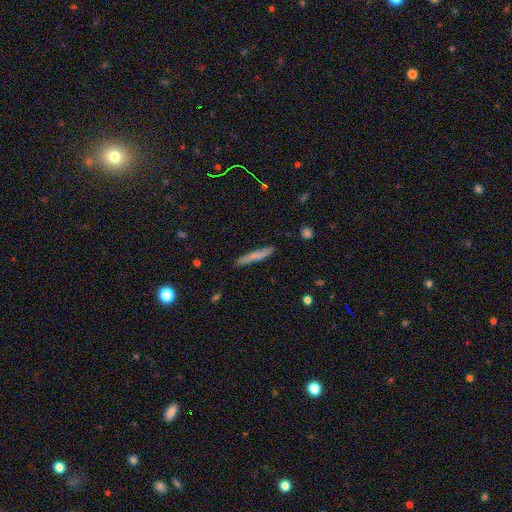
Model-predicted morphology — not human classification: The model was most divided on "smooth or featured": smooth: 69%, featured or disk: 25%, star or artifact: 7%. More confident: how rounded — cigar-shaped (95%); merging — none (87%).